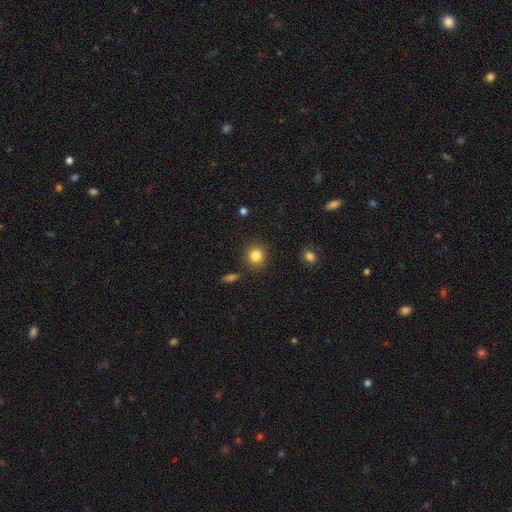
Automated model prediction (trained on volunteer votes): Smooth or featured? Predicted: smooth (p=0.84). How rounded? Predicted: round (p=0.89). Merging? Predicted: none (p=0.86).